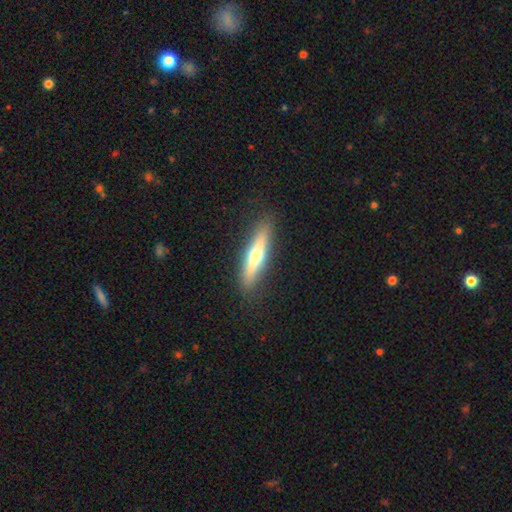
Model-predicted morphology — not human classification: This is possibly a featured or disk galaxy (48%). Merging: clearly none (89%).